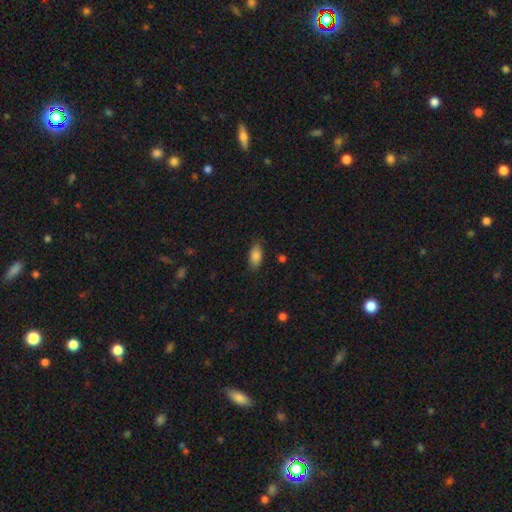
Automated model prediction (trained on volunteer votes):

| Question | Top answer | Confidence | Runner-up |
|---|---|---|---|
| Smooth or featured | smooth | 86% | star or artifact (7%) |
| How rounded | in between | 91% | cigar-shaped (6%) |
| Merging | none | 80% | minor disturbance (15%) |